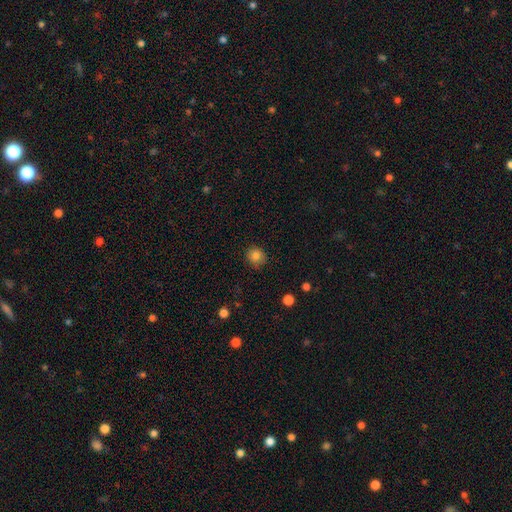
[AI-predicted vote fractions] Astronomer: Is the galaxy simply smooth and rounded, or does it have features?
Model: smooth — 83%.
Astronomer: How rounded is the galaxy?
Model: round — 83%.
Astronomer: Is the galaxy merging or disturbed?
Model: none — 85%.